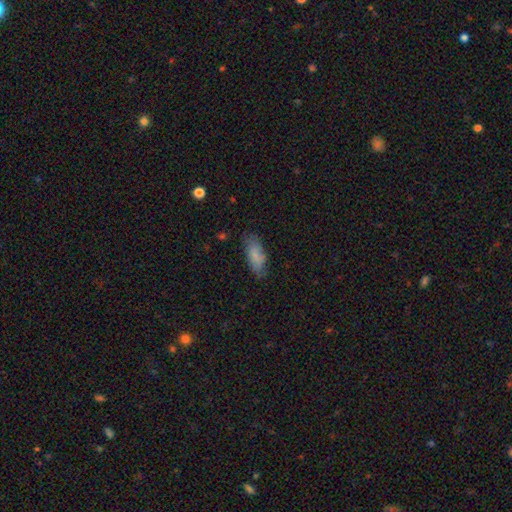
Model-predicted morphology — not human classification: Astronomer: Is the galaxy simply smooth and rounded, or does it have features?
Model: smooth — 80%.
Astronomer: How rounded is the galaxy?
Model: in between — 81%.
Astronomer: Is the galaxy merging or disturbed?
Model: none — 74%.